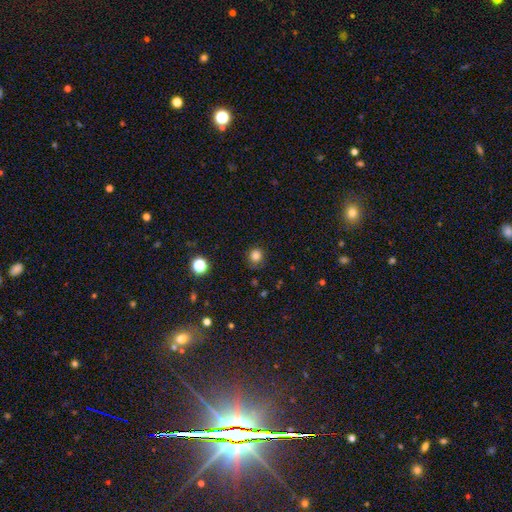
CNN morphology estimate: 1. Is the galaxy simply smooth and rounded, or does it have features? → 82% smooth, 14% star or artifact, 5% featured or disk.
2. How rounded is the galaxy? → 87% round, 12% in between, 1% cigar-shaped.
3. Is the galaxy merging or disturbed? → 79% none, 15% minor disturbance, 4% major disturbance, 1% merger.